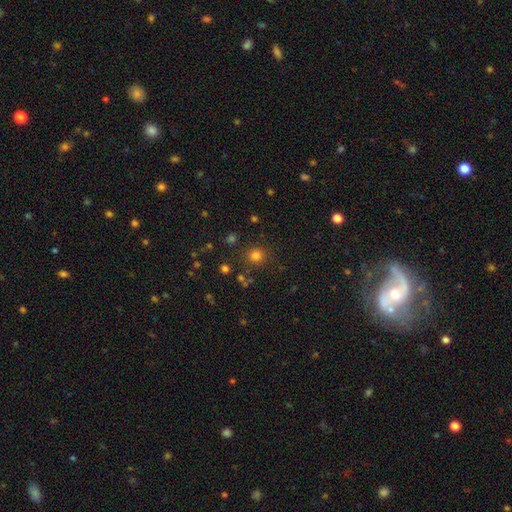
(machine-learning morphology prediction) A smooth galaxy with no disk features (78%) that is round (92%). Merging: none (86%).